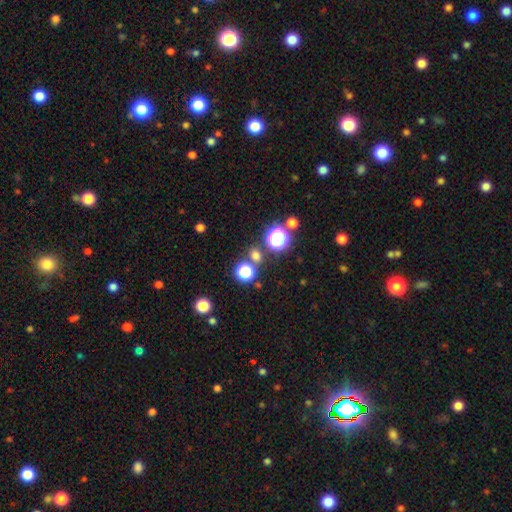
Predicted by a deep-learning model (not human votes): Smooth or featured? Predicted: smooth (p=0.57). How rounded? Predicted: round (p=0.81). Merging? Predicted: none (p=0.73).